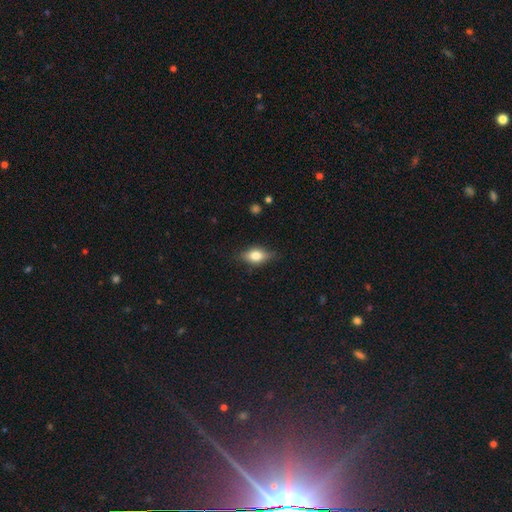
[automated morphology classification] A smooth galaxy with no disk features (63%) that is in between round and cigar-shaped (78%). Merging: none (78%).